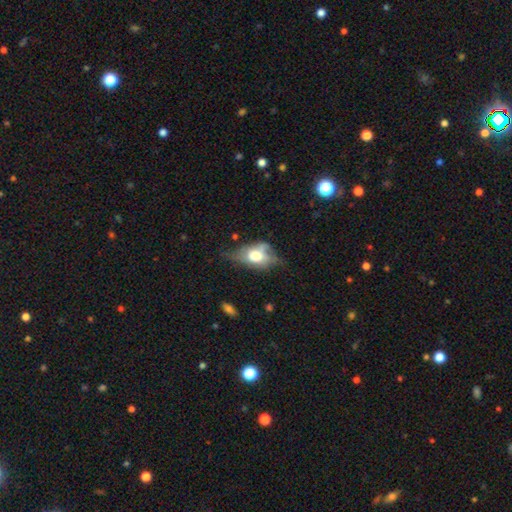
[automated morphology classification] Smooth or featured? smooth (56%)
How rounded? in between (84%)
Merging? minor disturbance (34%)